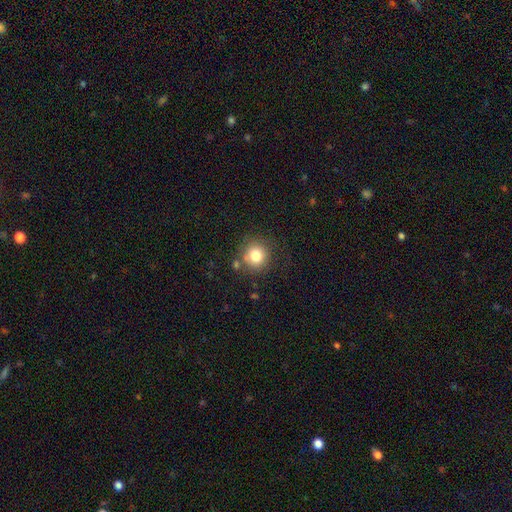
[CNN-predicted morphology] Smooth or featured?
  - smooth: 80% *
  - star or artifact: 11%
  - featured or disk: 9%
How rounded?
  - round: 90% *
  - in between: 9%
  - cigar-shaped: 1%
Merging?
  - none: 77% *
  - minor disturbance: 12%
  - merger: 7%
  - major disturbance: 4%